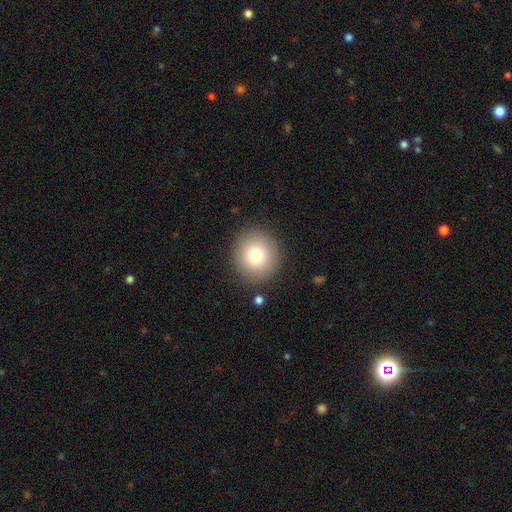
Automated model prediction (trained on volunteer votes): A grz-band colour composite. It shows a smooth galaxy with no disk features (79%) that is round (87%). Merging: none (88%).